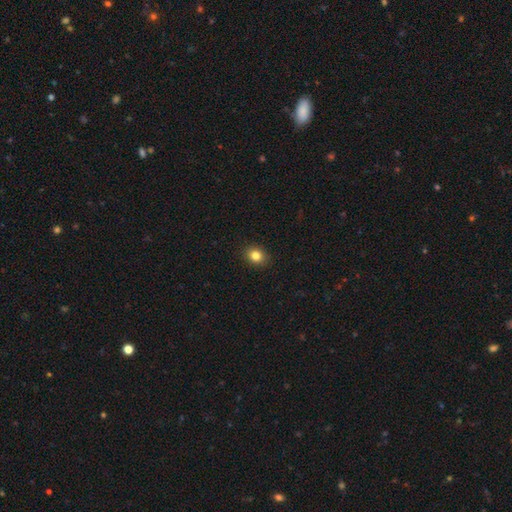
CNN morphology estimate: smooth-or-featured: smooth: 83% | star or artifact: 11% | featured or disk: 6%
  how-rounded: round: 55% | in between: 45% | cigar-shaped: 1%
  merging: none: 90% | minor disturbance: 7% | major disturbance: 2% | merger: 1%